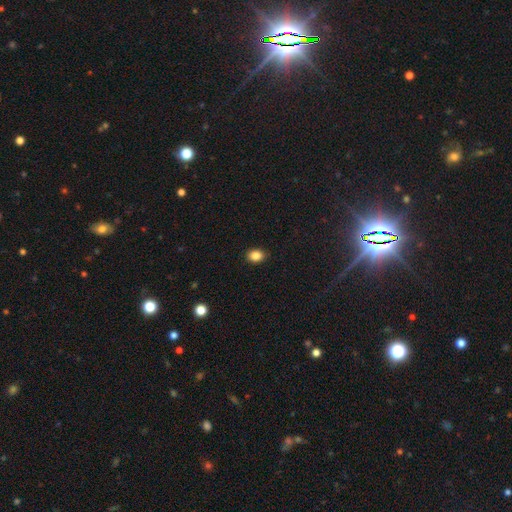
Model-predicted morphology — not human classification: A smooth galaxy with no disk features (86%) that is in between round and cigar-shaped (60%).

Vote fractions:
- Smooth or featured? smooth: 86% / star or artifact: 10% / featured or disk: 4%
- How rounded? in between: 60% / round: 39% / cigar-shaped: 1%
- Merging? none: 89% / minor disturbance: 8% / major disturbance: 2% / merger: 1%